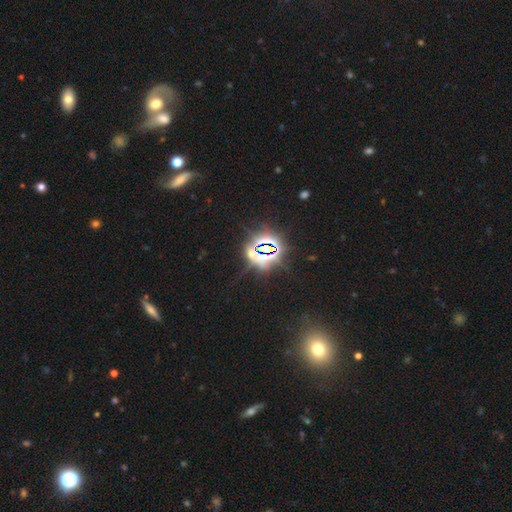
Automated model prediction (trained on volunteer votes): smooth_or_featured: star or artifact (p=0.80) [alt: smooth p=0.12]